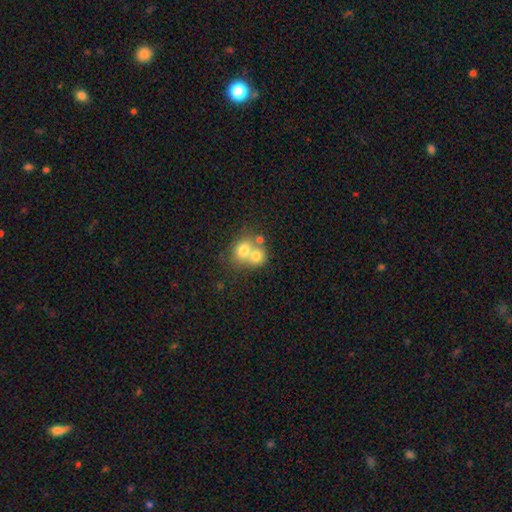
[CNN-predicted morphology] Q: Smooth or featured?
A: smooth (70%); runner-up: featured or disk (19%)
Q: How rounded?
A: round (71%); runner-up: in between (28%)
Q: Merging?
A: merger (65%); runner-up: none (26%)